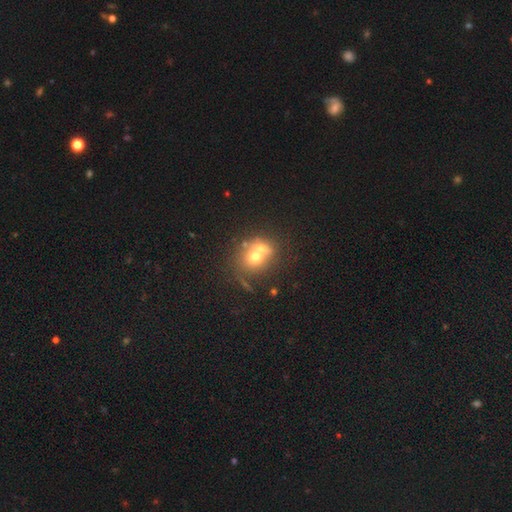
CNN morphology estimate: smooth_or_featured: smooth (p=0.57) [alt: featured or disk p=0.28]
how_rounded: round (p=0.74) [alt: in between p=0.25]
merging: merger (p=0.56) [alt: none p=0.31]